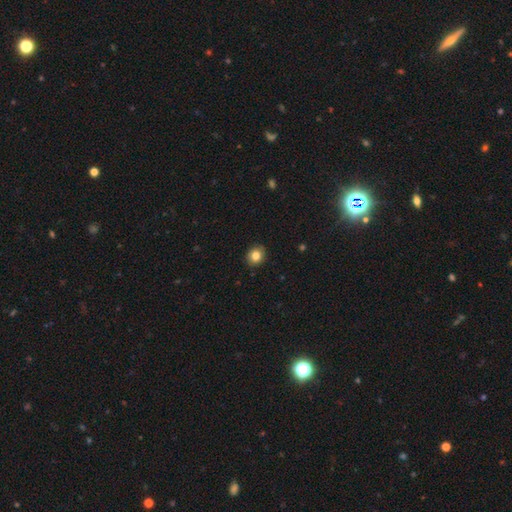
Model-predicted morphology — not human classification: smooth 82%, star or artifact 10%, featured or disk 8%. Down the decision tree: how rounded — round (72%); merging — none (89%).